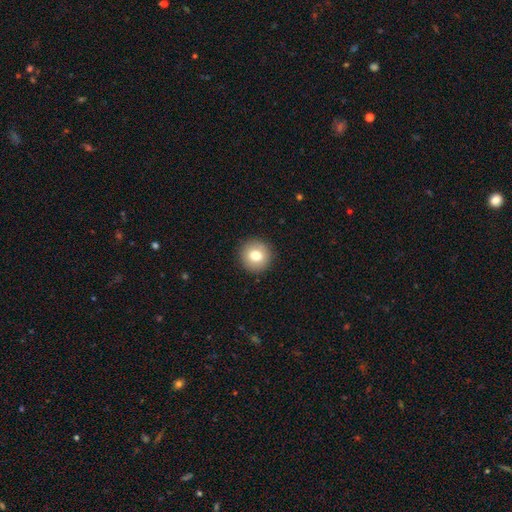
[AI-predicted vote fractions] Morphology: type=smooth (77%); roundness=round (95%); merging=none (92%).